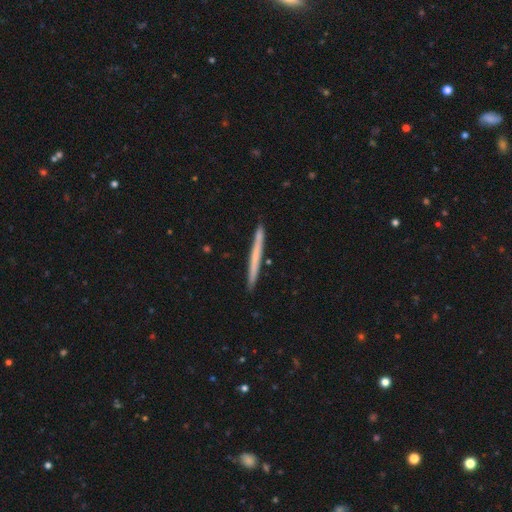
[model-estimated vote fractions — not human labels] A smooth galaxy with no disk features (54%) that is cigar-shaped (97%).

Vote fractions:
- Smooth or featured? smooth: 54% / featured or disk: 40% / star or artifact: 6%
- How rounded? cigar-shaped: 97% / in between: 1% / round: 1%
- Merging? none: 91% / minor disturbance: 6% / merger: 1% / major disturbance: 1%